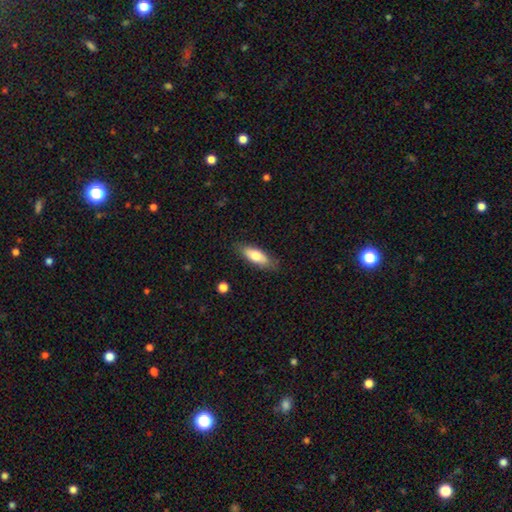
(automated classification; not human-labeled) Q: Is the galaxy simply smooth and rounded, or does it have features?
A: smooth — 72%.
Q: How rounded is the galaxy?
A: in between — 65%.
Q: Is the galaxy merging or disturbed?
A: none — 82%.